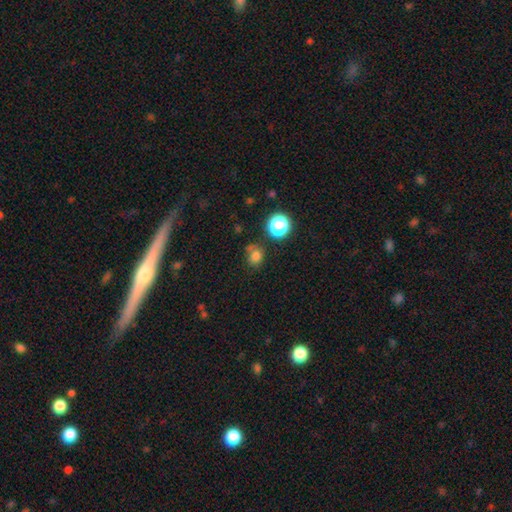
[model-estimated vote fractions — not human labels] Overall: smooth (76%). How rounded: round (68%; in between 31%). Merging: none (62%).